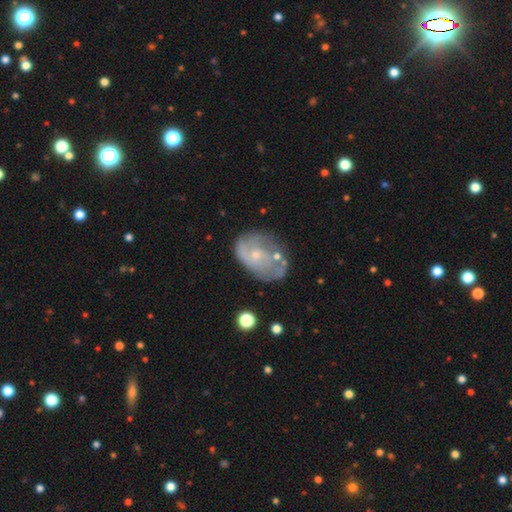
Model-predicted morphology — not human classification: Smooth or featured? Predicted: featured or disk (p=0.67). Edge-on disk? Predicted: no (p=0.97). Bar? Predicted: no (p=0.72). Spiral arms? Predicted: yes (p=0.71). Bulge size? Predicted: small (p=0.67). Merging? Predicted: none (p=0.53).